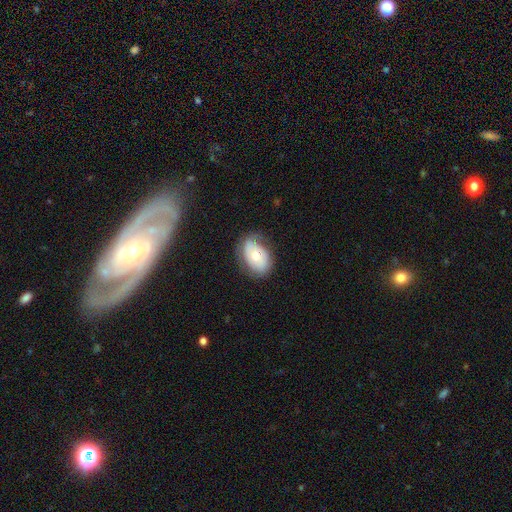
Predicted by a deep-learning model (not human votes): smooth 59%, featured or disk 34%, star or artifact 7%. Down the decision tree: how rounded — in between (83%); merging — none (65%).